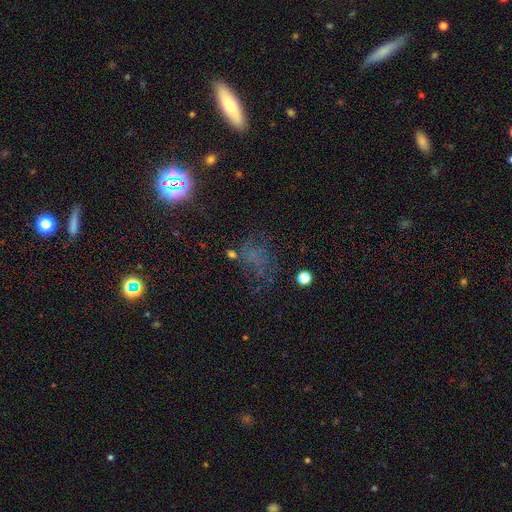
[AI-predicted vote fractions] Q: Smooth or featured?
A: smooth (38%); runner-up: star or artifact (36%)
Q: Merging?
A: none (47%); runner-up: major disturbance (28%)